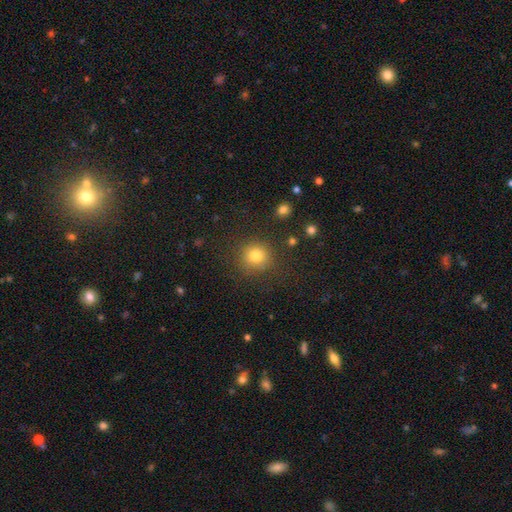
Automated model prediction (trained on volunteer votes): Smooth or featured: smooth — 80% (star or artifact — 13%)
How rounded: round — 89% (in between — 10%)
Merging: none — 83% (minor disturbance — 10%)